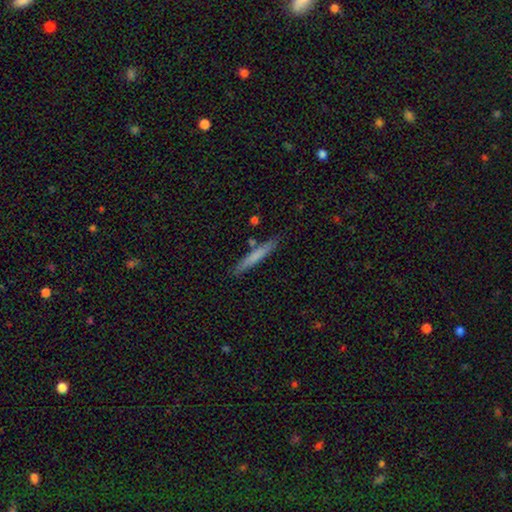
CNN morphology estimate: This is likely a smooth galaxy (68%). How rounded: clearly cigar-shaped (95%). Merging: clearly none (85%).